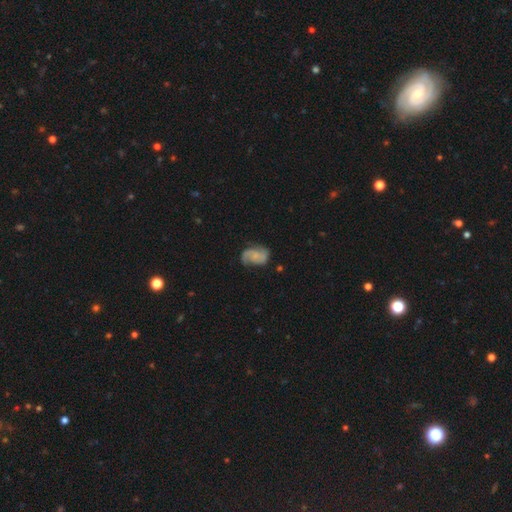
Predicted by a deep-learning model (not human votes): Smooth or featured? featured or disk (68%)
Edge-on disk? no (98%)
Bar? no (66%)
Spiral arms? yes (93%)
Spiral winding? medium (43%)
Spiral arm count? 2 (83%)
Bulge size? small (41%, tied with none)
Merging? none (63%)